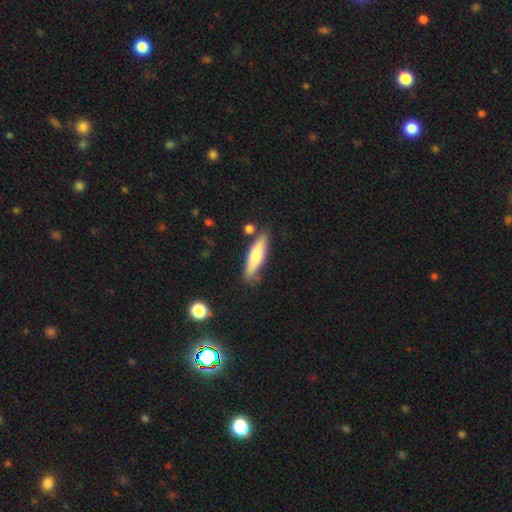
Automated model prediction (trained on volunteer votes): A smooth galaxy with no disk features (60%) that is cigar-shaped (72%). Merging: none (79%).